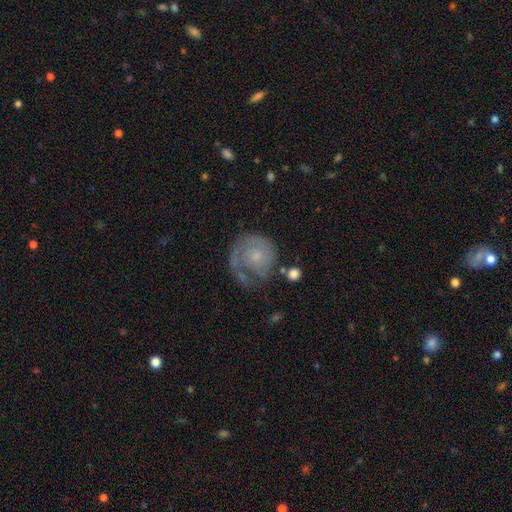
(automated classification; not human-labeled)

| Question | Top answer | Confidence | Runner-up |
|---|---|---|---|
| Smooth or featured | featured or disk | 66% | smooth (27%) |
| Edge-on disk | no | 98% | yes (2%) |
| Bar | no | 80% | weak (17%) |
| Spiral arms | yes | 82% | no (18%) |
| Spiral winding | tight | 57% | medium (27%) |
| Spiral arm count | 1 | 61% | can't tell (17%) |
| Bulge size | small | 63% | moderate (24%) |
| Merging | none | 51% | major disturbance (24%) |